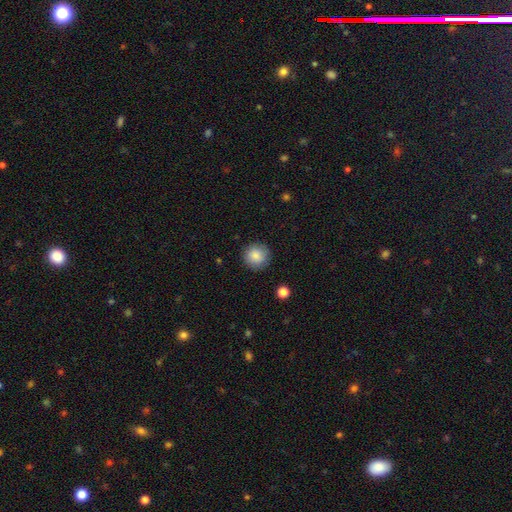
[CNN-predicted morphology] smooth_or_featured: smooth (p=0.86) [alt: star or artifact p=0.08]
how_rounded: round (p=0.94) [alt: in between p=0.05]
merging: none (p=0.88) [alt: minor disturbance p=0.08]